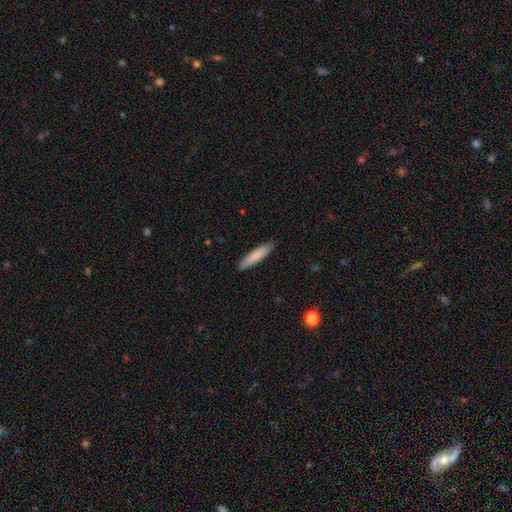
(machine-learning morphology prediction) smooth-or-featured: smooth: 81% | featured or disk: 13% | star or artifact: 5%
  how-rounded: cigar-shaped: 85% | in between: 14% | round: 1%
  merging: none: 87% | minor disturbance: 10% | major disturbance: 2% | merger: 1%